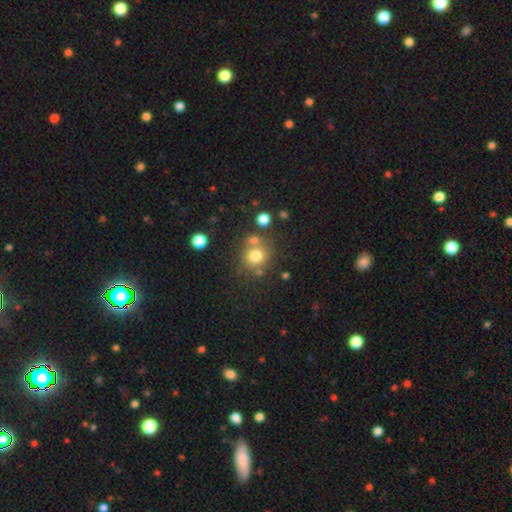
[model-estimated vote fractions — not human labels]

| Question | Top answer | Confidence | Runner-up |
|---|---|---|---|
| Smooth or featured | smooth | 76% | star or artifact (14%) |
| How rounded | round | 88% | in between (11%) |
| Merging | none | 66% | merger (20%) |